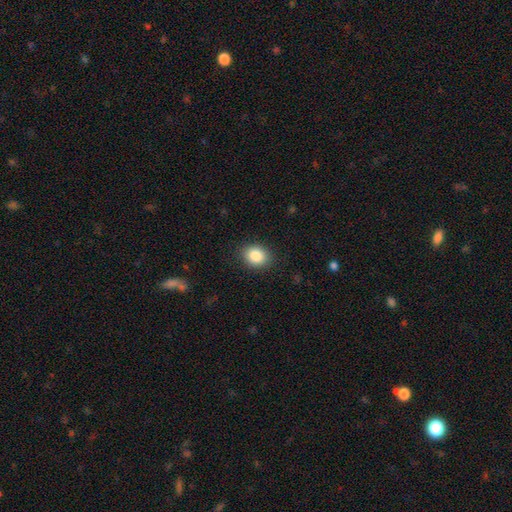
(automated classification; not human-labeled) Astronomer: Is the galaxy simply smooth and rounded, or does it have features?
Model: smooth — 87%.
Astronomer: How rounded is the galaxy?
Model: in between — 52% (runner-up: round, 47%).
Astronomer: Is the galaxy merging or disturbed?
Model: none — 89%.